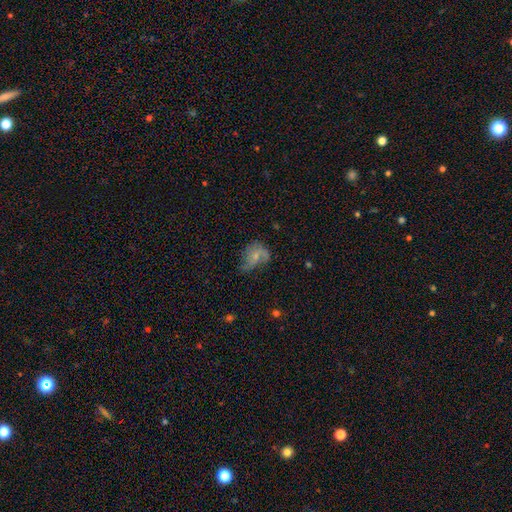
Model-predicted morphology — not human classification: smooth-or-featured: featured or disk: 51% | smooth: 40% | star or artifact: 10%
  disk-edge-on: no: 97% | yes: 3%
  merging: none: 38% | minor disturbance: 31% | major disturbance: 28% | merger: 3%